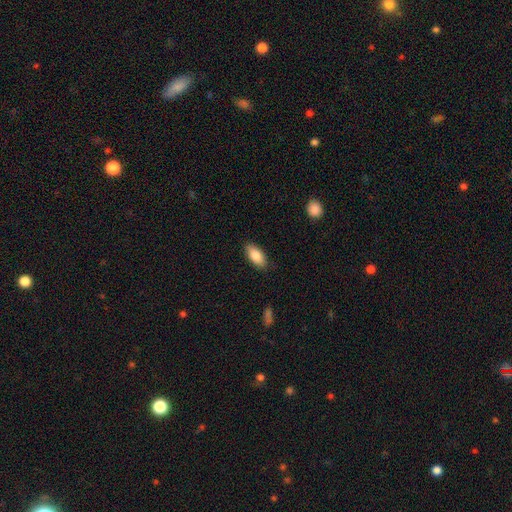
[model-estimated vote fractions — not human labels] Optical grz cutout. It shows a smooth galaxy with no disk features (85%) that is in between round and cigar-shaped (88%). Merging: none (87%).